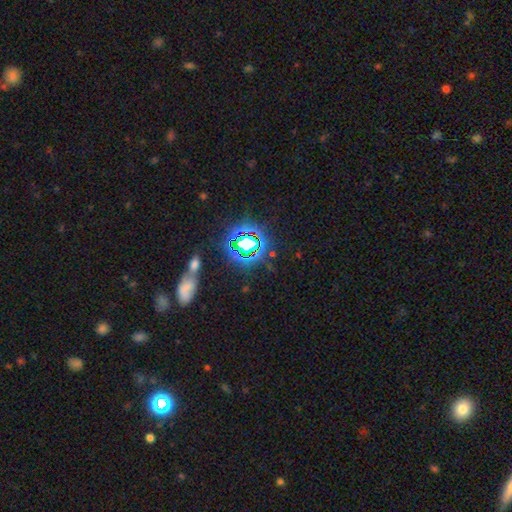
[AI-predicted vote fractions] Smooth or featured?
  - star or artifact: 72% *
  - smooth: 19%
  - featured or disk: 10%